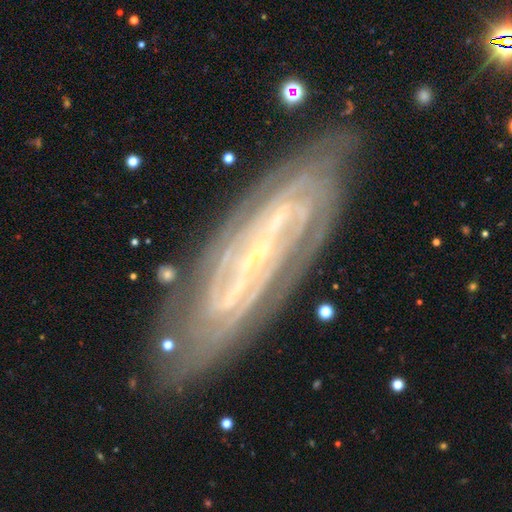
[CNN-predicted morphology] This appears to be a featured or disk galaxy (84%) with a strong bar (43%), tight (66%) spiral arms (94%) and a small central bulge (77%). Merging: none (79%).